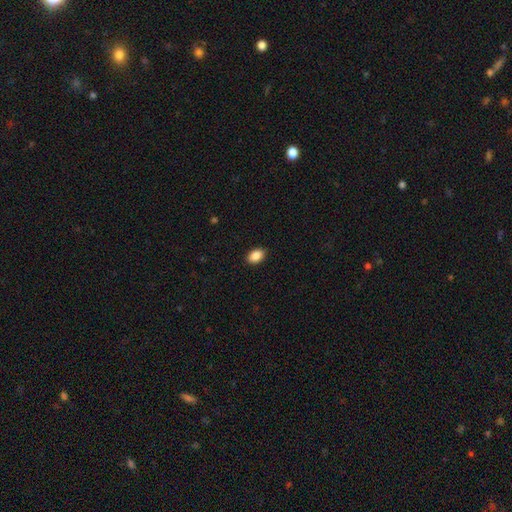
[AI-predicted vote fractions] Smooth or featured?
  - smooth: 89% *
  - star or artifact: 8%
  - featured or disk: 4%
How rounded?
  - in between: 87% *
  - round: 12%
  - cigar-shaped: 1%
Merging?
  - none: 89% *
  - minor disturbance: 8%
  - major disturbance: 2%
  - merger: 1%